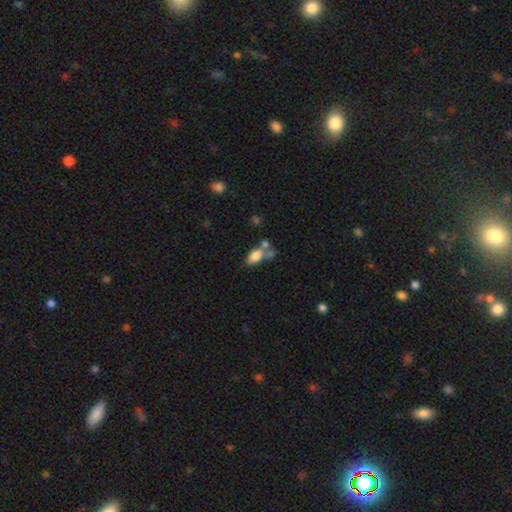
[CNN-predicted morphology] type=smooth (77%); roundness=in between (87%); merging=merger (40%).